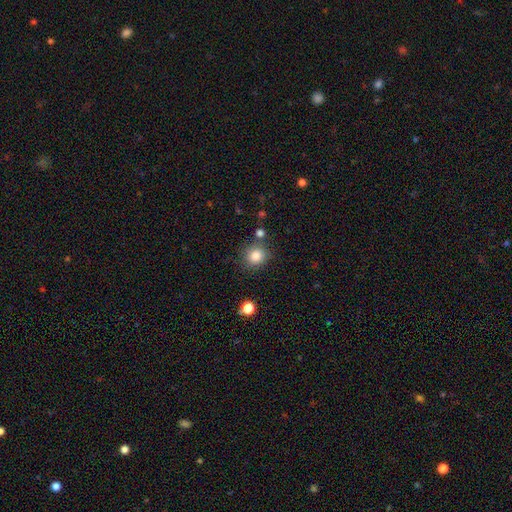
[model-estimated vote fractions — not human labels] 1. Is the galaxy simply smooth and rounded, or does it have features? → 84% smooth, 11% star or artifact, 6% featured or disk.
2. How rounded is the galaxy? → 83% round, 16% in between, 1% cigar-shaped.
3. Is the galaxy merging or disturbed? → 78% none, 12% minor disturbance, 7% merger, 4% major disturbance.